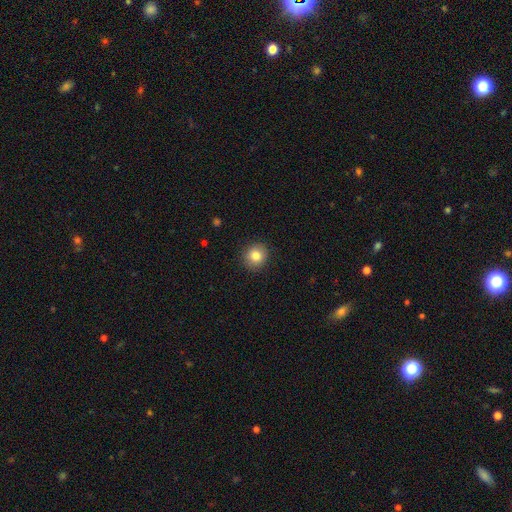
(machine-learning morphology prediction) This is clearly a smooth galaxy (83%). How rounded: clearly round (86%). Merging: clearly none (90%).